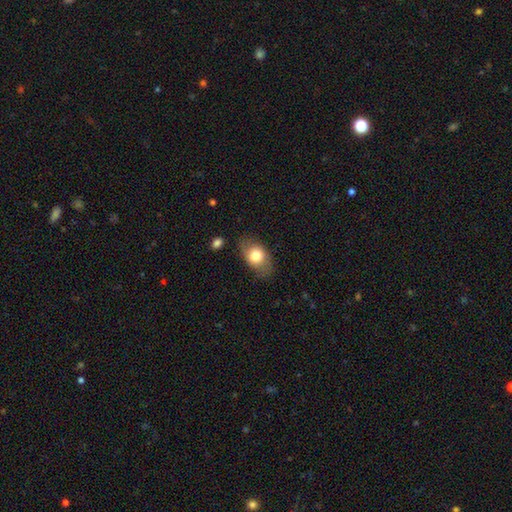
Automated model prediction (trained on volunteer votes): Smooth or featured? smooth (73%)
How rounded? in between (80%)
Merging? none (76%)